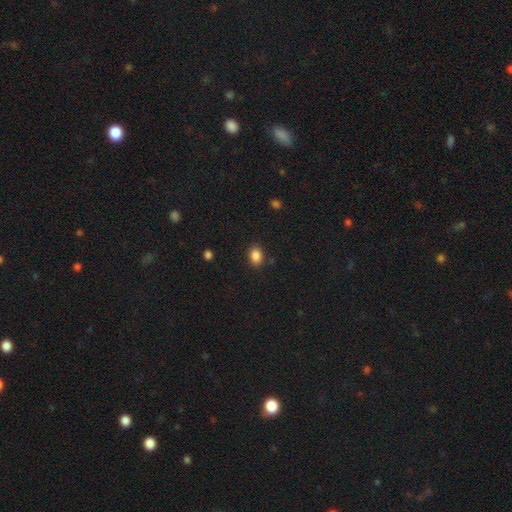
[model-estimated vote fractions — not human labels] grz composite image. It shows a smooth galaxy with no disk features (86%) that is in between round and cigar-shaped (73%). Merging: none (86%).